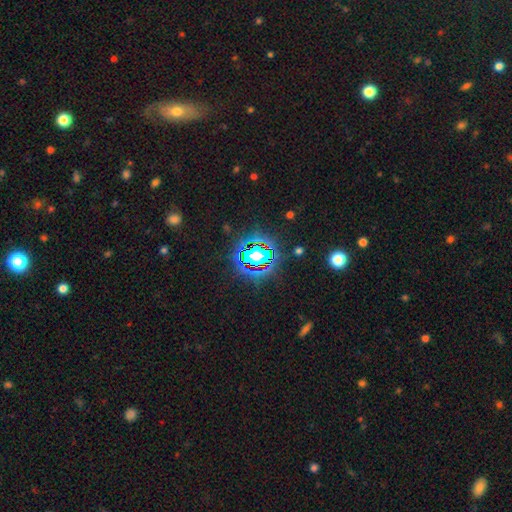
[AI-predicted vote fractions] The model was most divided on "smooth or featured": star or artifact: 72%, smooth: 16%, featured or disk: 12%.